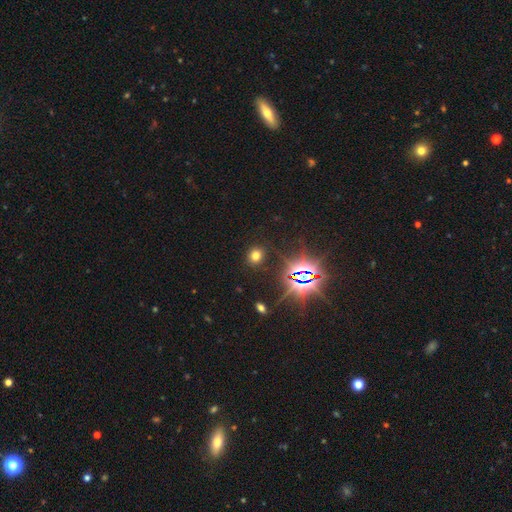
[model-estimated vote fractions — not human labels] Smooth or featured: smooth — 63% (star or artifact — 29%)
How rounded: round — 74% (in between — 25%)
Merging: none — 88% (minor disturbance — 7%)